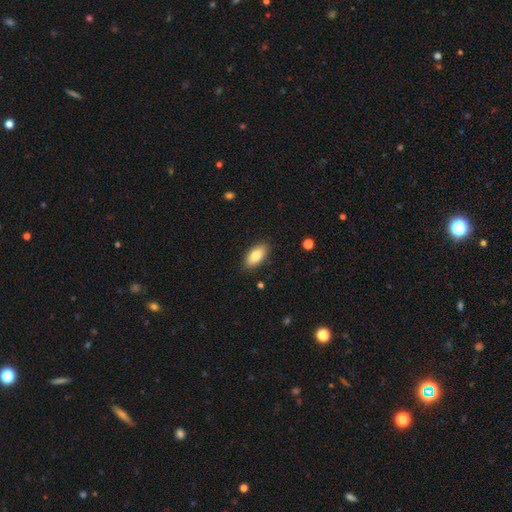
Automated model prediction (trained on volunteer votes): A smooth galaxy with no disk features (82%) that is in between round and cigar-shaped (90%). Merging: none (86%).